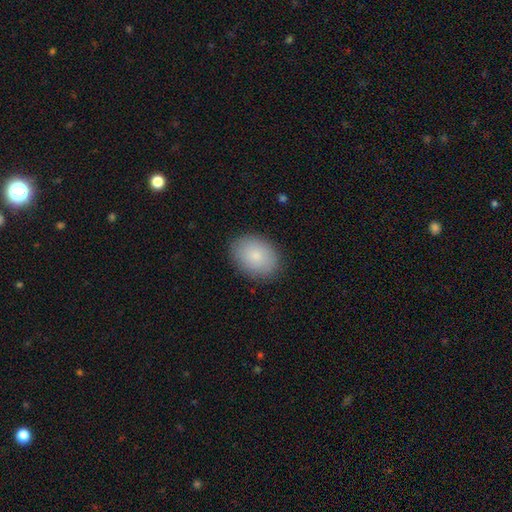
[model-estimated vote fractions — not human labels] This is clearly a smooth galaxy (85%). How rounded: likely in between (72%). Merging: clearly none (88%).